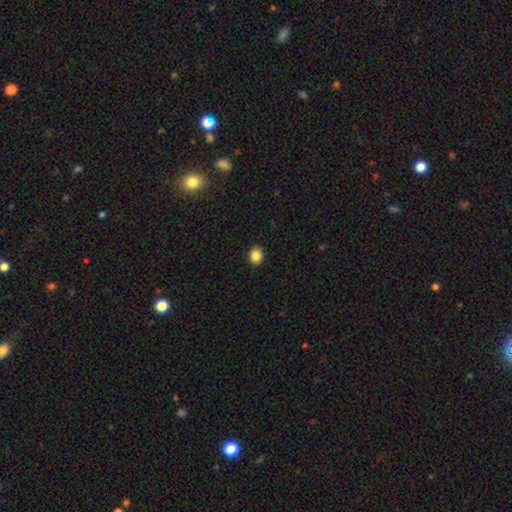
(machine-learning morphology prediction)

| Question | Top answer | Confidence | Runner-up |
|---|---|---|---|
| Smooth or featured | smooth | 88% | star or artifact (10%) |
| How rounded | round | 64% | in between (35%) |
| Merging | none | 91% | minor disturbance (6%) |